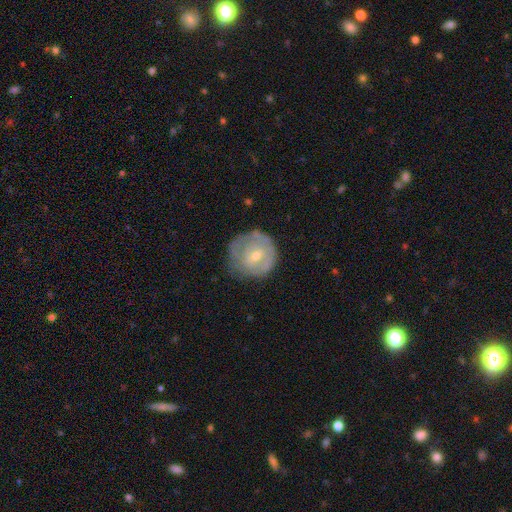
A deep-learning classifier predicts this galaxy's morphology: Smooth or featured?
  - featured or disk: 59% *
  - smooth: 34%
  - star or artifact: 7%
Edge-on disk?
  - no: 97% *
  - yes: 3%
Bar?
  - no: 56% *
  - weak: 37%
  - strong: 7%
Spiral arms?
  - yes: 61% *
  - no: 39%
Bulge size?
  - small: 57% *
  - moderate: 40%
  - none: 1%
  - large: 1%
  - dominant: 1%
Merging?
  - none: 62% *
  - minor disturbance: 25%
  - major disturbance: 11%
  - merger: 1%